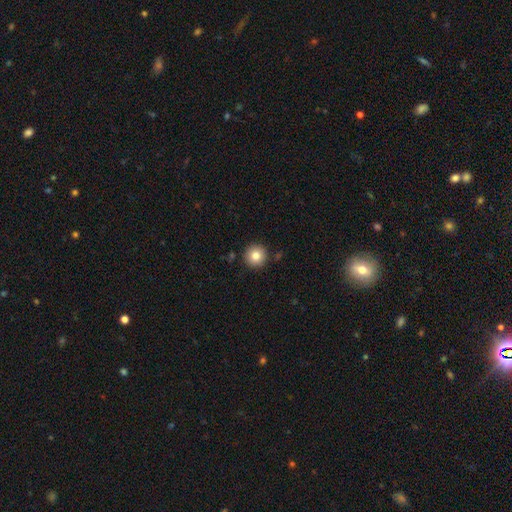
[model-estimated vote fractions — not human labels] smooth 82%, star or artifact 10%, featured or disk 8%. Down the decision tree: how rounded — round (95%); merging — none (90%).